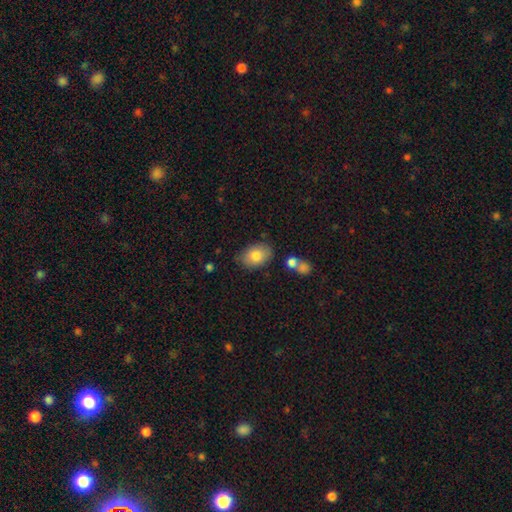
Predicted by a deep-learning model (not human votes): This is clearly a smooth galaxy (81%). How rounded: clearly in between (83%). Merging: likely none (77%).